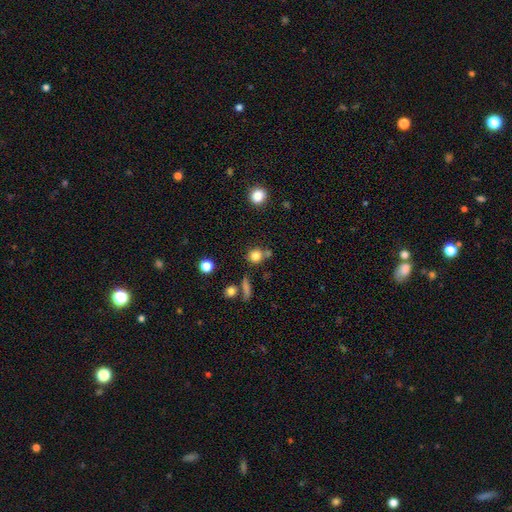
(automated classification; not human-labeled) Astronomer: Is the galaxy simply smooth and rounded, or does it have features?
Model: smooth — 81%.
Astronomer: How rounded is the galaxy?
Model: round — 86%.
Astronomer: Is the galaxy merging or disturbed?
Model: none — 66%.